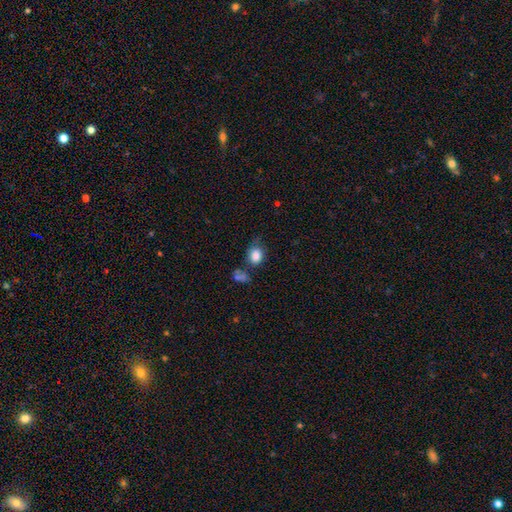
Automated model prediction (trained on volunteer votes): This is clearly a smooth galaxy (83%). How rounded: possibly round (53%). Merging: possibly none (52%).